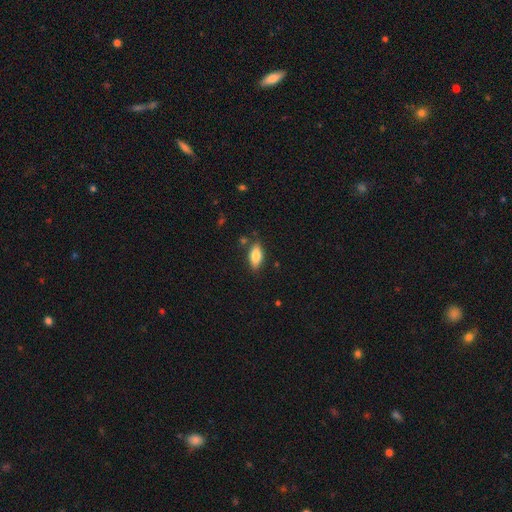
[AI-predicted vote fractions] Smooth or featured? Predicted: smooth (p=0.81). How rounded? Predicted: in between (p=0.84). Merging? Predicted: none (p=0.82).